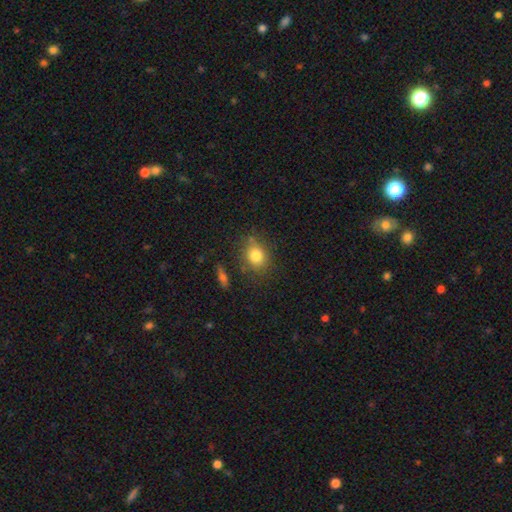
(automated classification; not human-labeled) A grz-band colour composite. It shows a smooth galaxy with no disk features (80%) that is round (57%). Merging: none (74%).